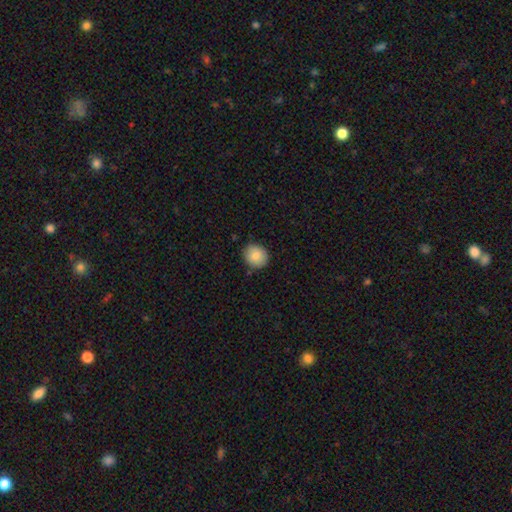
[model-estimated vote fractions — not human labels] The model was most divided on "how rounded": round: 84%, in between: 15%, cigar-shaped: 1%. More confident: merging — none (85%); smooth or featured — smooth (84%).